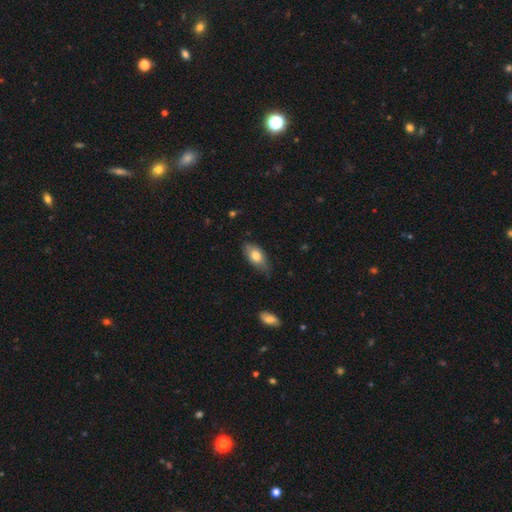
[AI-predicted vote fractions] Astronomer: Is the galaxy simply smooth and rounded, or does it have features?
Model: smooth — 75%.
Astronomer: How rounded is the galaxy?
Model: in between — 88%.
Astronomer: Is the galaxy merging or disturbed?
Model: none — 70%.